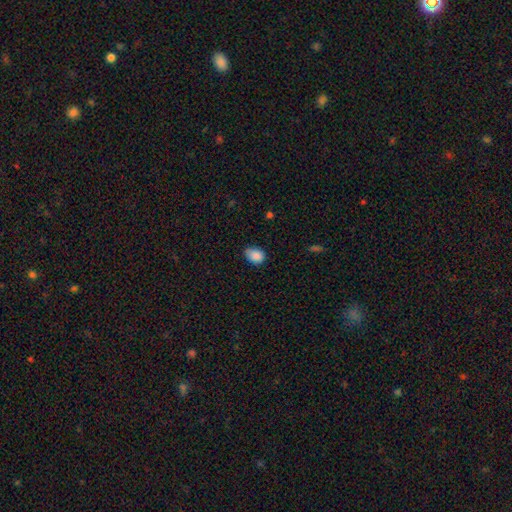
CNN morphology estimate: Q: Smooth or featured?
A: smooth (88%); runner-up: star or artifact (8%)
Q: How rounded?
A: in between (74%); runner-up: round (24%)
Q: Merging?
A: none (67%); runner-up: minor disturbance (27%)